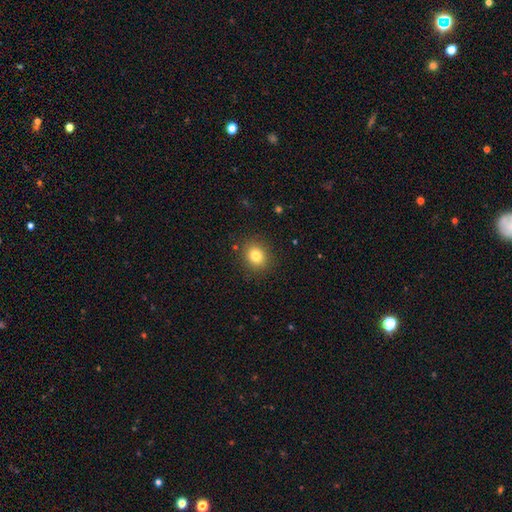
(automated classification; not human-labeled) This is clearly a smooth galaxy (81%). How rounded: likely round (72%). Merging: clearly none (88%).